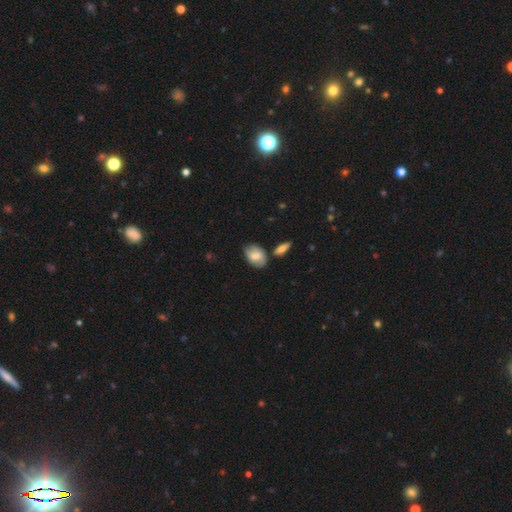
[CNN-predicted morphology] type=smooth (69%); roundness=in between (85%); merging=none (68%).